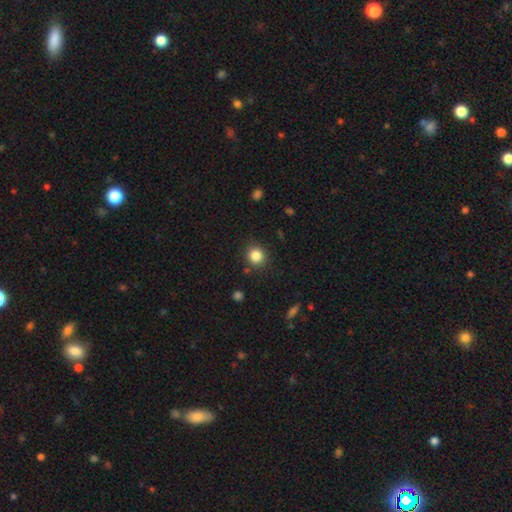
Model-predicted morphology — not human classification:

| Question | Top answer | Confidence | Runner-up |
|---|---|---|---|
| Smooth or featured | smooth | 84% | star or artifact (11%) |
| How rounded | round | 88% | in between (11%) |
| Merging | none | 87% | minor disturbance (8%) |